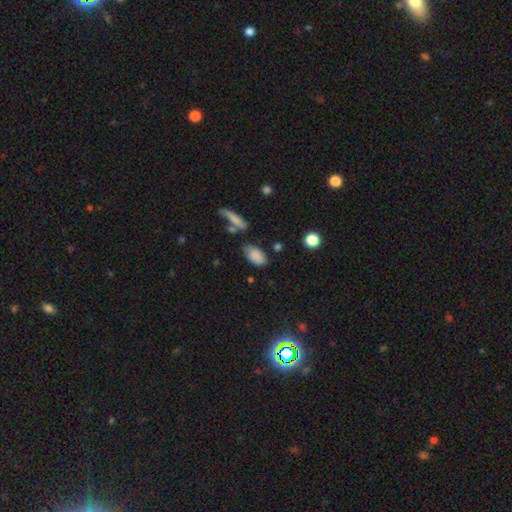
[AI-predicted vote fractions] This is clearly a smooth galaxy (85%). How rounded: clearly in between (93%). Merging: likely none (67%).